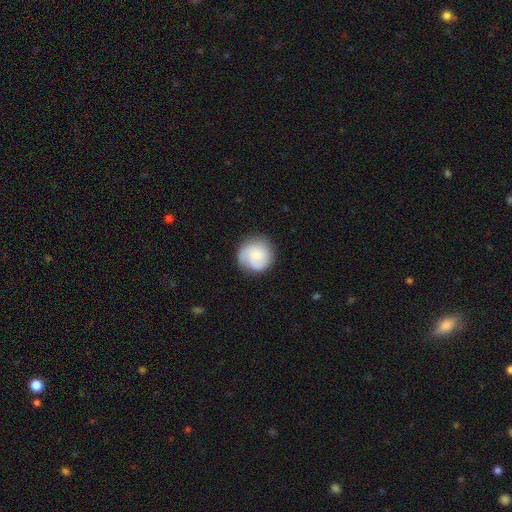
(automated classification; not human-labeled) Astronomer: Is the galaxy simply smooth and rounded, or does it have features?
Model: smooth — 64%.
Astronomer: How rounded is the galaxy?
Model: round — 92%.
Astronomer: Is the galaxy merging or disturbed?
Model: none — 77%.